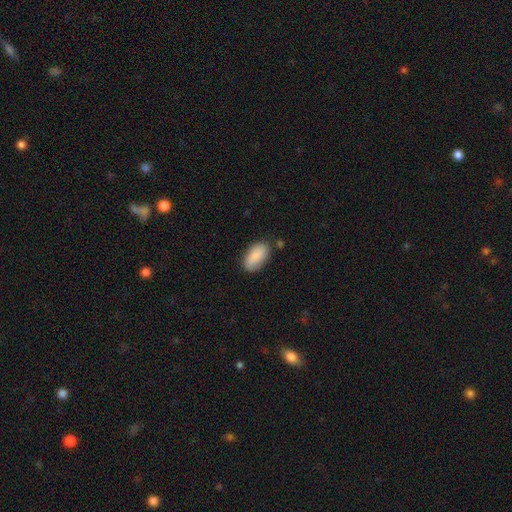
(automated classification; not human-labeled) A smooth galaxy with no disk features (86%) that is in between round and cigar-shaped (94%).

Vote fractions:
- Smooth or featured? smooth: 86% / featured or disk: 7% / star or artifact: 6%
- How rounded? in between: 94% / round: 3% / cigar-shaped: 3%
- Merging? none: 77% / minor disturbance: 17% / major disturbance: 3% / merger: 3%